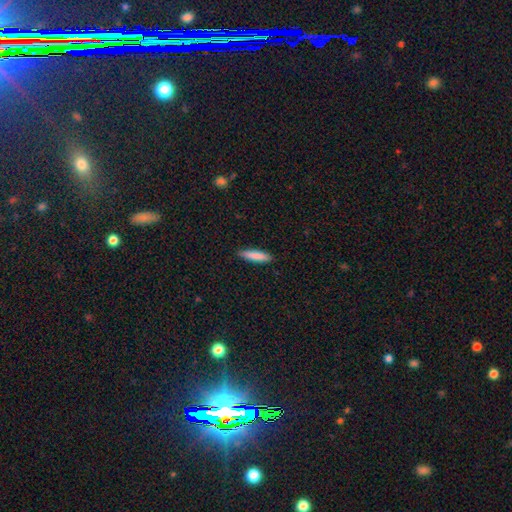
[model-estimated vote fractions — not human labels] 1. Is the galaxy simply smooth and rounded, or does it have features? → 85% smooth, 9% featured or disk, 6% star or artifact.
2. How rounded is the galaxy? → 78% cigar-shaped, 20% in between, 1% round.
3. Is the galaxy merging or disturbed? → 88% none, 9% minor disturbance, 2% major disturbance, 1% merger.